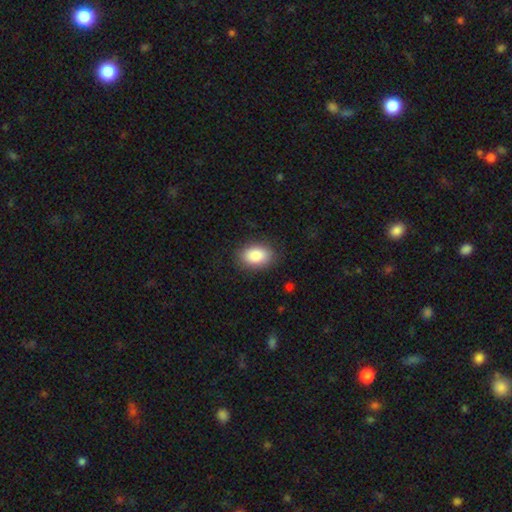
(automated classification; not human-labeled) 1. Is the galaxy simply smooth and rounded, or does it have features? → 86% smooth, 7% star or artifact, 7% featured or disk.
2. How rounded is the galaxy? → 84% in between, 15% round, 1% cigar-shaped.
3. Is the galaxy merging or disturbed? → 85% none, 10% minor disturbance, 3% major disturbance, 1% merger.